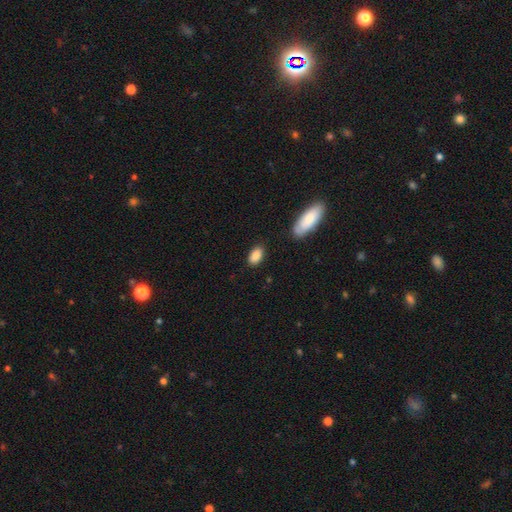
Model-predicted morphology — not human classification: smooth_or_featured: smooth (p=0.88) [alt: star or artifact p=0.07]
how_rounded: in between (p=0.92) [alt: round p=0.05]
merging: none (p=0.83) [alt: minor disturbance p=0.12]